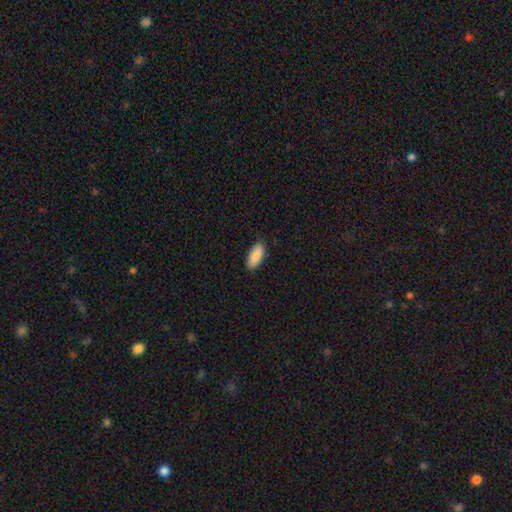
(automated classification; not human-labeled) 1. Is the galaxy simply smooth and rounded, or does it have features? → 89% smooth, 6% star or artifact, 5% featured or disk.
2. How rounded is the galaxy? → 86% in between, 12% cigar-shaped, 2% round.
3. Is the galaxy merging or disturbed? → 87% none, 10% minor disturbance, 2% major disturbance, 1% merger.